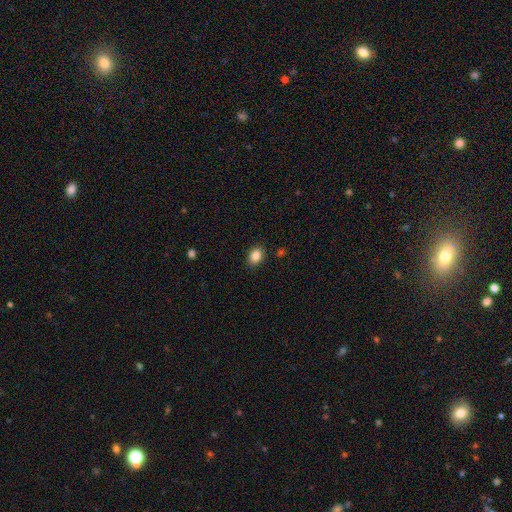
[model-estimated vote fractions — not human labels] Smooth or featured? Predicted: smooth (p=0.86). How rounded? Predicted: in between (p=0.74). Merging? Predicted: none (p=0.88).